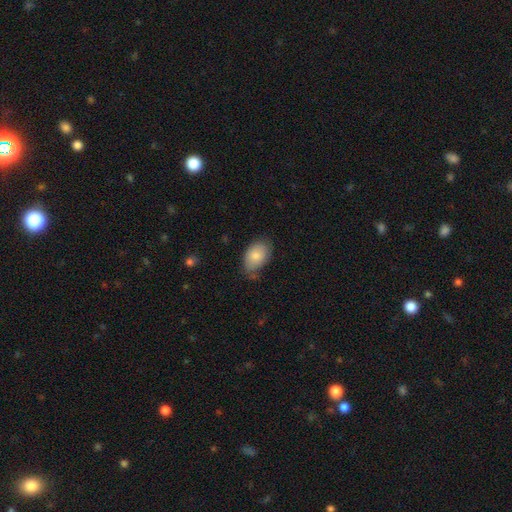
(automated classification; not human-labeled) A smooth galaxy with no disk features (81%) that is in between round and cigar-shaped (88%).

Vote fractions:
- Smooth or featured? smooth: 81% / featured or disk: 12% / star or artifact: 7%
- How rounded? in between: 88% / round: 11% / cigar-shaped: 1%
- Merging? none: 65% / minor disturbance: 27% / major disturbance: 5% / merger: 3%